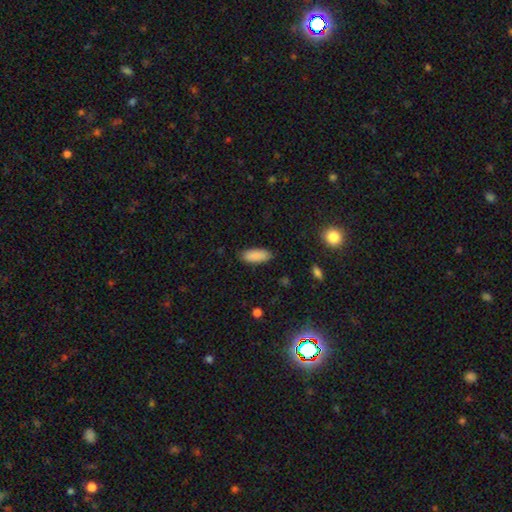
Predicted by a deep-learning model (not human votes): Q: Smooth or featured?
A: smooth (89%); runner-up: star or artifact (6%)
Q: How rounded?
A: in between (81%); runner-up: cigar-shaped (17%)
Q: Merging?
A: none (86%); runner-up: minor disturbance (10%)